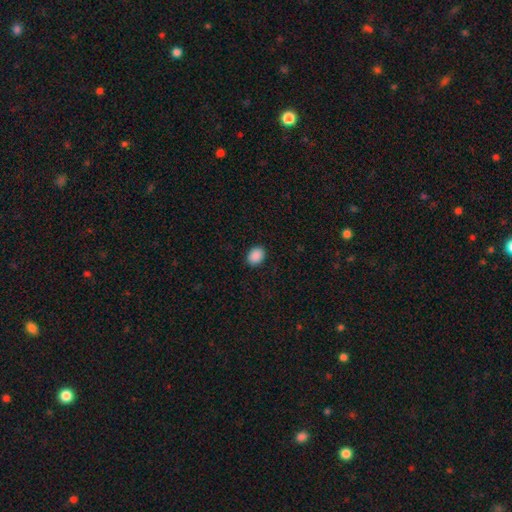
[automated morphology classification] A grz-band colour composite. It shows a smooth galaxy with no disk features (90%) that is in between round and cigar-shaped (67%). Merging: none (90%).